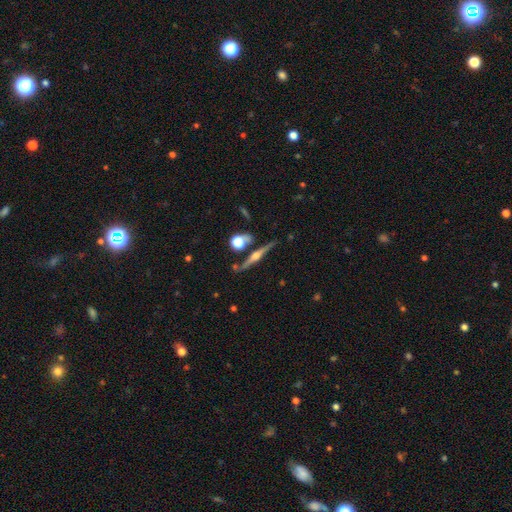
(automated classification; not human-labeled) smooth-or-featured: featured or disk: 81% | smooth: 12% | star or artifact: 7%
  disk-edge-on: yes: 97% | no: 3%
    edge-on-bulge: rounded: 94% | boxy: 4% | none: 3%
  merging: none: 81% | minor disturbance: 10% | merger: 7% | major disturbance: 3%